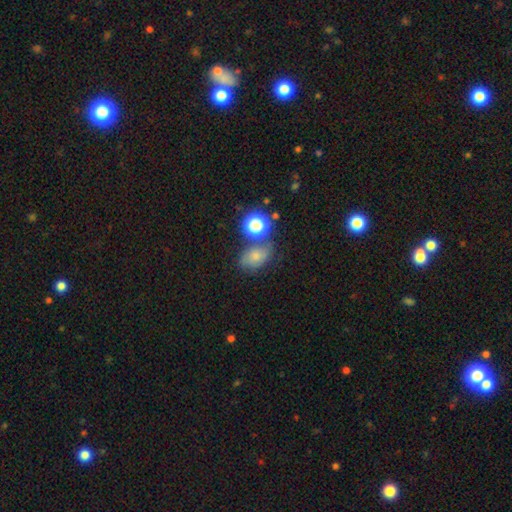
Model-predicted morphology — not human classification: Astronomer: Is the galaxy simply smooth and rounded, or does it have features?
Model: smooth — 66%.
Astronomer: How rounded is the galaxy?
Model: in between — 70%.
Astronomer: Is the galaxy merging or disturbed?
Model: none — 59%.